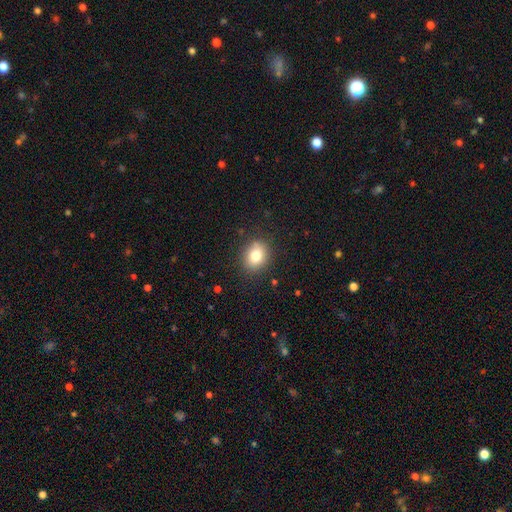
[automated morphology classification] smooth_or_featured: smooth (p=0.80) [alt: star or artifact p=0.10]
how_rounded: round (p=0.56) [alt: in between p=0.43]
merging: none (p=0.86) [alt: minor disturbance p=0.10]